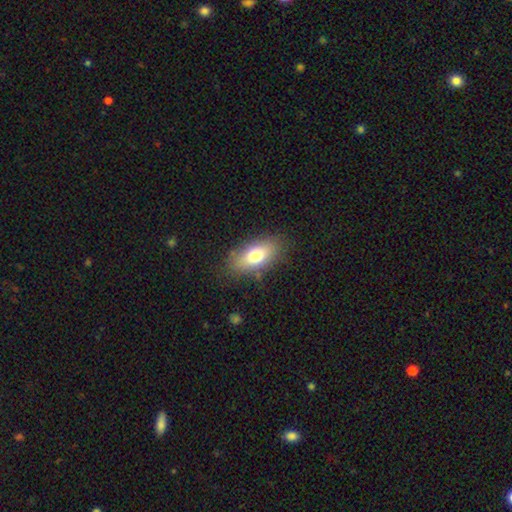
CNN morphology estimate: Q: Smooth or featured?
A: smooth (73%); runner-up: featured or disk (19%)
Q: How rounded?
A: in between (86%); runner-up: cigar-shaped (9%)
Q: Merging?
A: none (81%); runner-up: minor disturbance (13%)